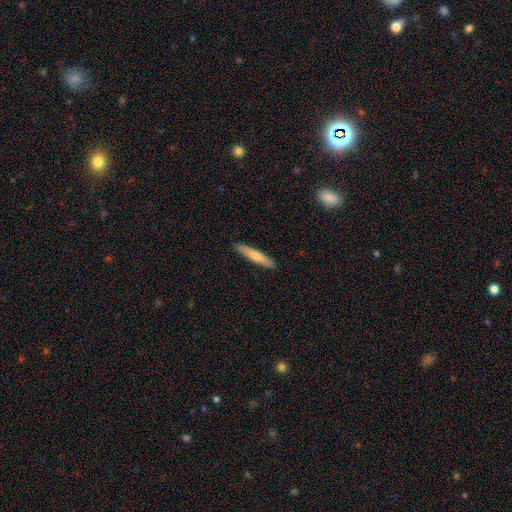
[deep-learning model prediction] smooth 69%, featured or disk 26%, star or artifact 5%. Down the decision tree: how rounded — cigar-shaped (91%); merging — none (91%).